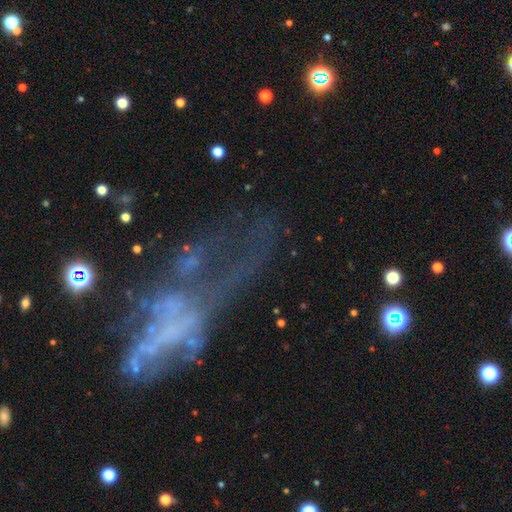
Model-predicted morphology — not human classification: Smooth or featured? Predicted: featured or disk (p=0.57). Edge-on disk? Predicted: no (p=0.86). Merging? Predicted: major disturbance (p=0.49).